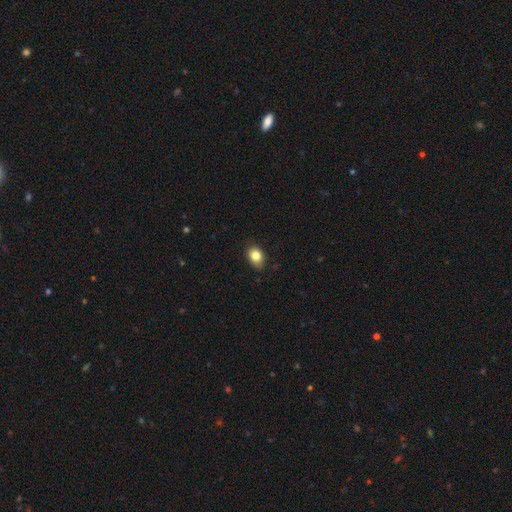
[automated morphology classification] Smooth or featured: smooth — 83% (star or artifact — 9%)
How rounded: in between — 69% (round — 30%)
Merging: none — 82% (minor disturbance — 15%)